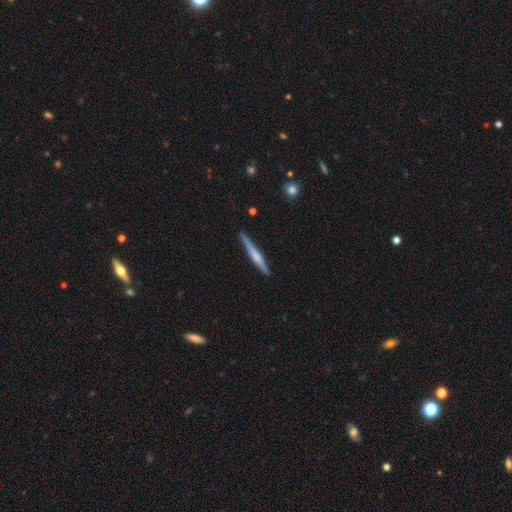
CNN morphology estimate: type=featured or disk (54%); edge-on=yes (98%); edge-on bulge=rounded (42%); merging=none (88%).